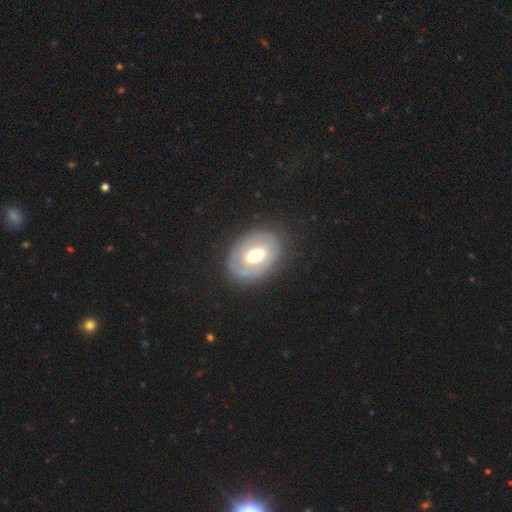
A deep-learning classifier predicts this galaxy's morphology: smooth_or_featured: featured or disk (p=0.55) [alt: smooth p=0.39]
disk_edge_on: no (p=0.94) [alt: yes p=0.06]
bar: no (p=0.59) [alt: weak p=0.29]
has_spiral_arms: no (p=0.70) [alt: yes p=0.30]
bulge_size: moderate (p=0.59) [alt: large p=0.28]
merging: none (p=0.77) [alt: minor disturbance p=0.15]